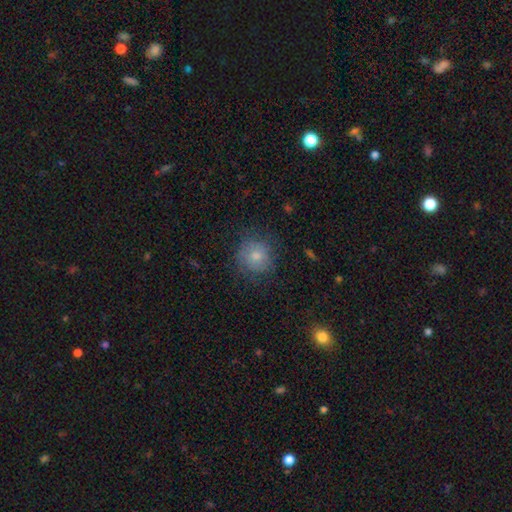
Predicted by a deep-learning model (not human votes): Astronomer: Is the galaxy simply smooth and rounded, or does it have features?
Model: smooth — 77%.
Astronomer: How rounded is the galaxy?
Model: round — 88%.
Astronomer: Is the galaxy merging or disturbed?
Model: none — 75%.